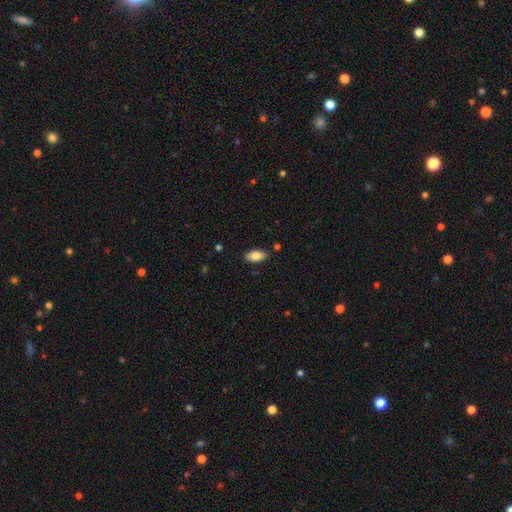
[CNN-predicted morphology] Smooth or featured?
  - smooth: 83% *
  - featured or disk: 10%
  - star or artifact: 7%
How rounded?
  - in between: 92% *
  - cigar-shaped: 6%
  - round: 3%
Merging?
  - none: 85% *
  - minor disturbance: 11%
  - major disturbance: 2%
  - merger: 2%